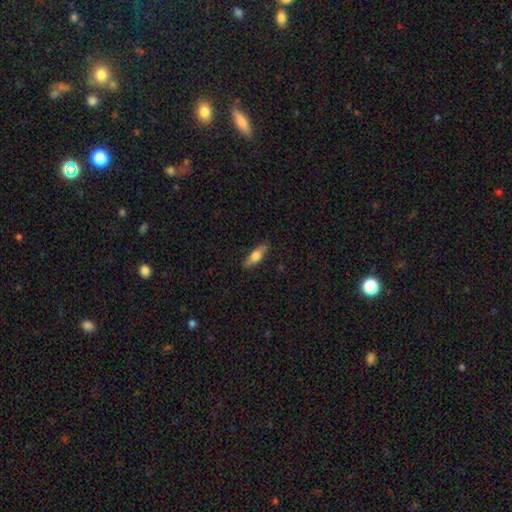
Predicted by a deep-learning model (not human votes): Smooth or featured? smooth (67%)
How rounded? in between (51%)
Merging? none (86%)